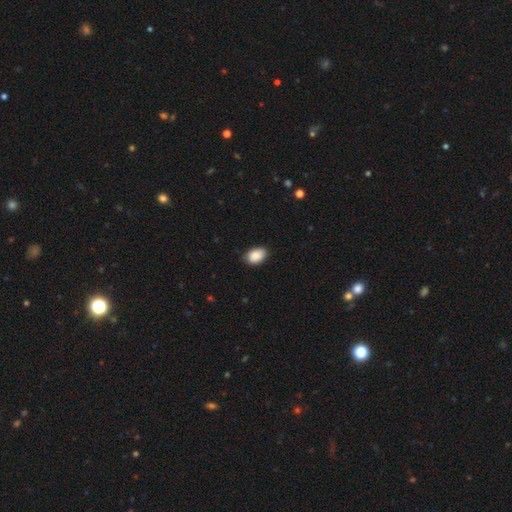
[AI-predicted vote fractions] Smooth or featured? Predicted: smooth (p=0.89). How rounded? Predicted: in between (p=0.88). Merging? Predicted: none (p=0.83).